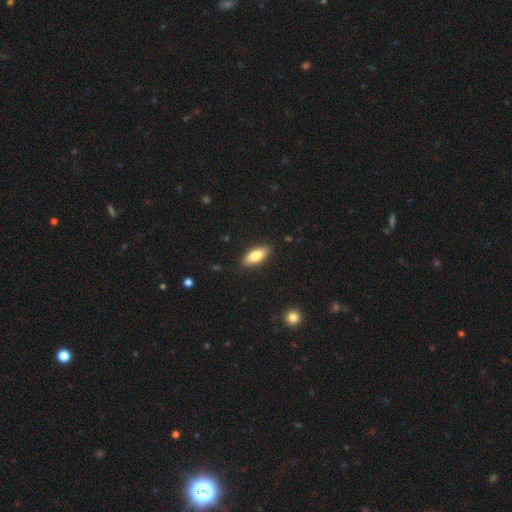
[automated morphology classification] The model was most divided on "how rounded": in between: 79%, cigar-shaped: 19%, round: 2%. More confident: merging — none (87%); smooth or featured — smooth (80%).